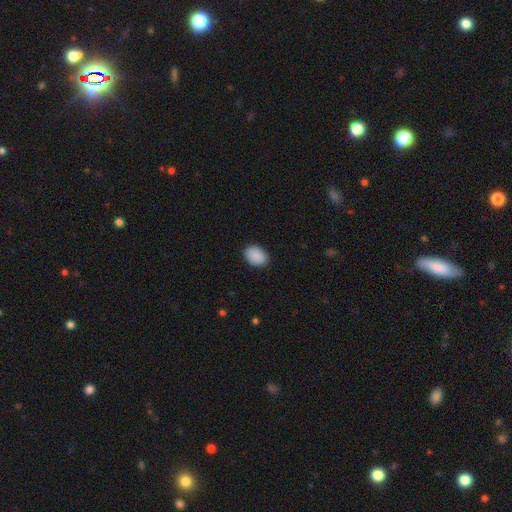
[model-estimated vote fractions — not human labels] Smooth or featured? smooth (90%)
How rounded? in between (72%)
Merging? none (88%)